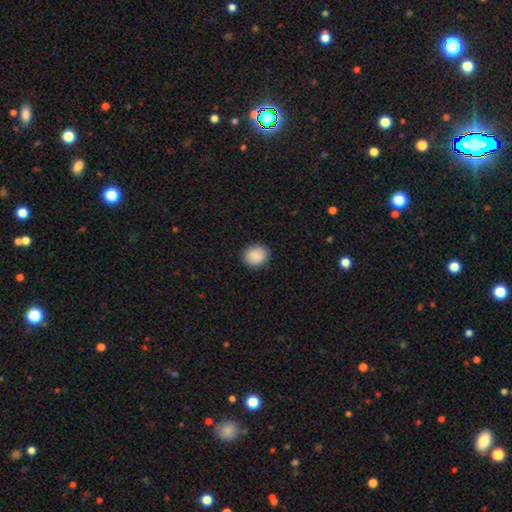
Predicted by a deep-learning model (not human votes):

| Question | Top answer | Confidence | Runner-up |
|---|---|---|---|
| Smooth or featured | smooth | 89% | star or artifact (7%) |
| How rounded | round | 69% | in between (31%) |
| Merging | none | 89% | minor disturbance (8%) |